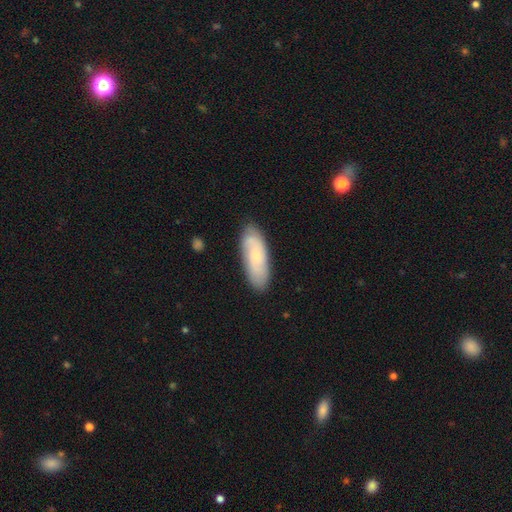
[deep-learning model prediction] Smooth or featured? Predicted: smooth (p=0.56). How rounded? Predicted: in between (p=0.68). Merging? Predicted: none (p=0.80).